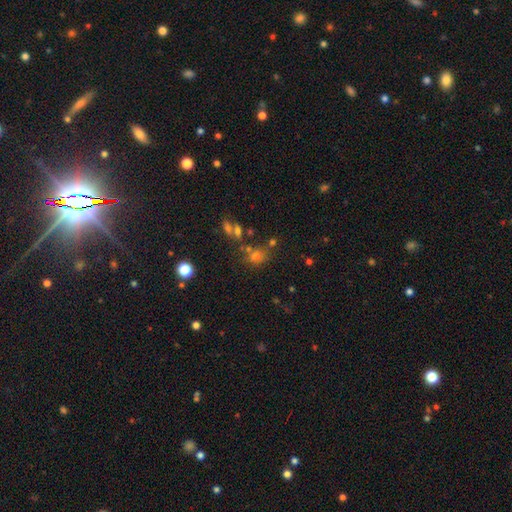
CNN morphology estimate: The model was most divided on "smooth or featured": smooth: 55%, star or artifact: 34%, featured or disk: 11%. More confident: how rounded — round (68%); merging — none (62%).